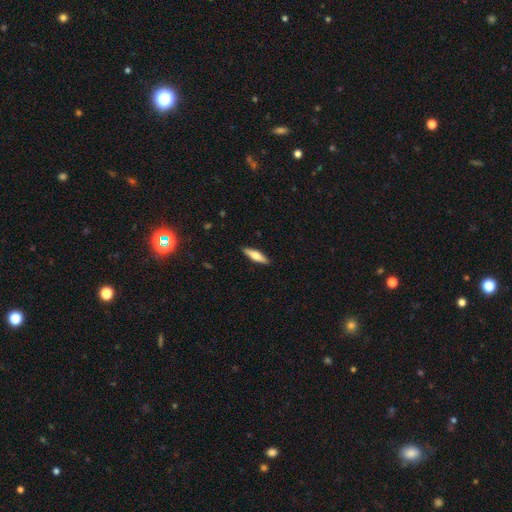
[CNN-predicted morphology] Overall: smooth (55%; featured or disk 40%). How rounded: cigar-shaped (66%; in between 32%). Merging: none (90%).